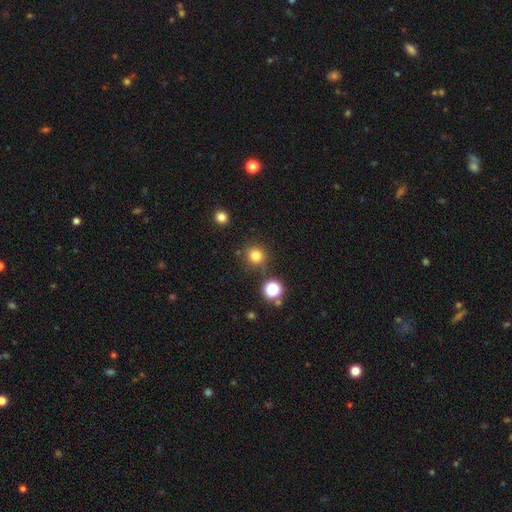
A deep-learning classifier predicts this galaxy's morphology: Smooth or featured: smooth — 78% (star or artifact — 16%)
How rounded: round — 93% (in between — 6%)
Merging: none — 83% (minor disturbance — 9%)